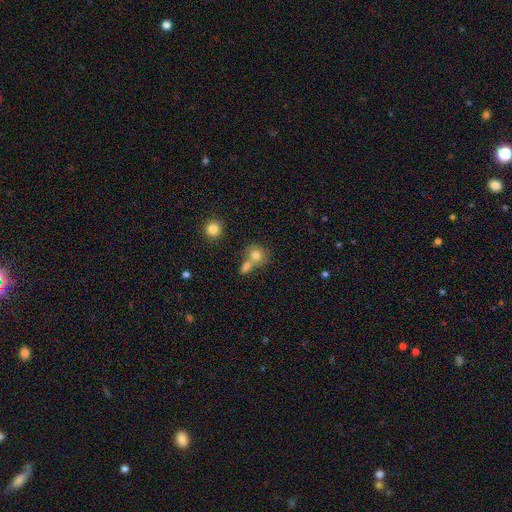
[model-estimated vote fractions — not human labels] smooth 77%, featured or disk 12%, star or artifact 11%. Down the decision tree: how rounded — round (77%); merging — none (45%).